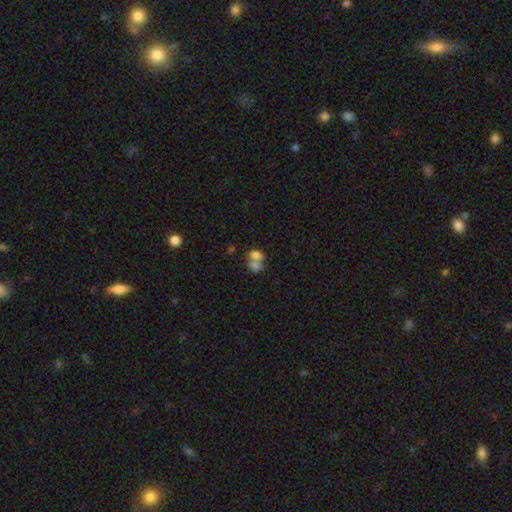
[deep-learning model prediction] A smooth galaxy with no disk features (64%) that is round (50%).

Vote fractions:
- Smooth or featured? smooth: 64% / featured or disk: 20% / star or artifact: 16%
- How rounded? round: 50% / in between: 48% / cigar-shaped: 2%
- Merging? merger: 64% / none: 24% / minor disturbance: 7% / major disturbance: 5%